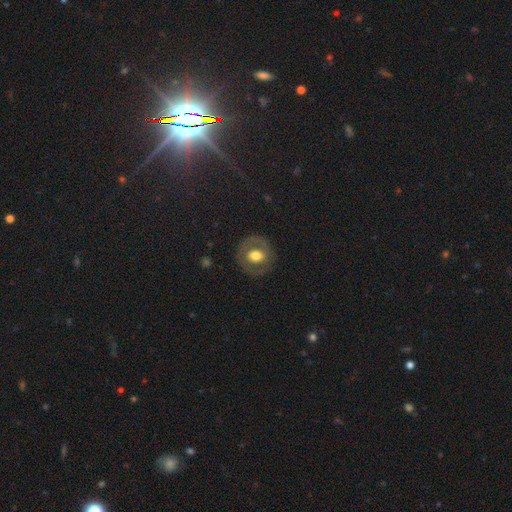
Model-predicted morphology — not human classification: smooth-or-featured: featured or disk: 47% | smooth: 46% | star or artifact: 7%
  merging: none: 81% | minor disturbance: 12% | major disturbance: 6% | merger: 1%